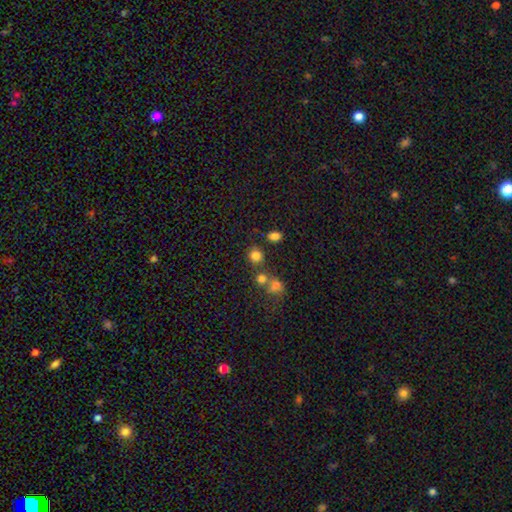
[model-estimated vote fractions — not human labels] A smooth galaxy with no disk features (80%) that is round (82%). Merging: none (69%).